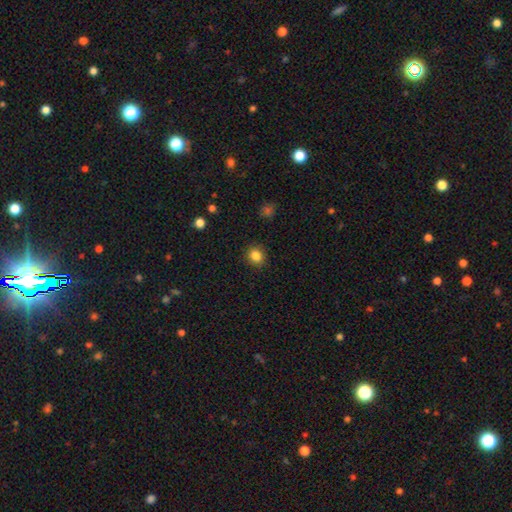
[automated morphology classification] This is clearly a smooth galaxy (84%). How rounded: likely round (79%). Merging: clearly none (90%).